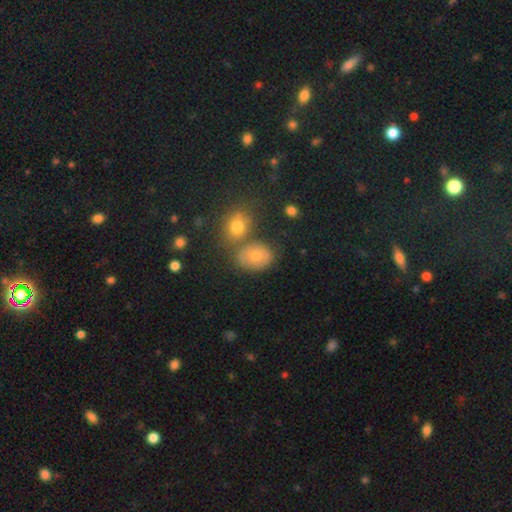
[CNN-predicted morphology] This is likely a smooth galaxy (65%). How rounded: likely in between (64%). Merging: possibly none (58%).